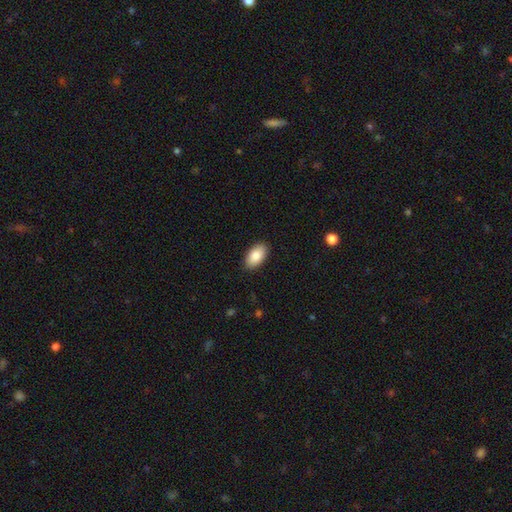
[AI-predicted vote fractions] Smooth or featured?
  - smooth: 86% *
  - featured or disk: 7%
  - star or artifact: 6%
How rounded?
  - in between: 94% *
  - round: 4%
  - cigar-shaped: 2%
Merging?
  - none: 89% *
  - minor disturbance: 8%
  - major disturbance: 2%
  - merger: 1%